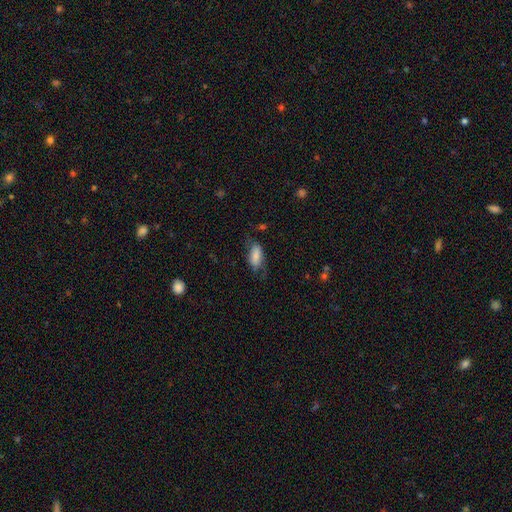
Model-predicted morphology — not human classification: type=smooth (70%); roundness=in between (90%); merging=none (54%).